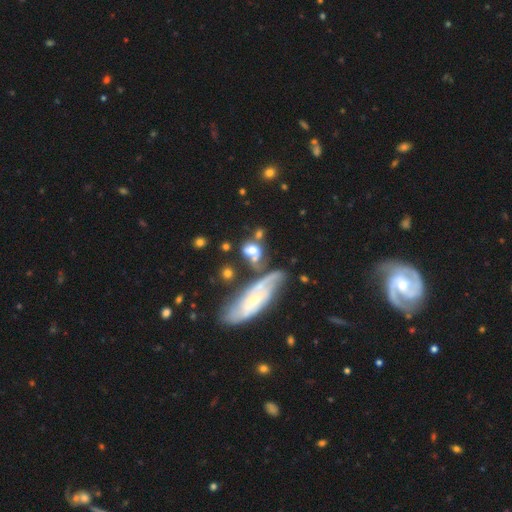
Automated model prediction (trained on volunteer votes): smooth 54%, featured or disk 35%, star or artifact 11%. Down the decision tree: how rounded — in between (57%); merging — merger (39%).